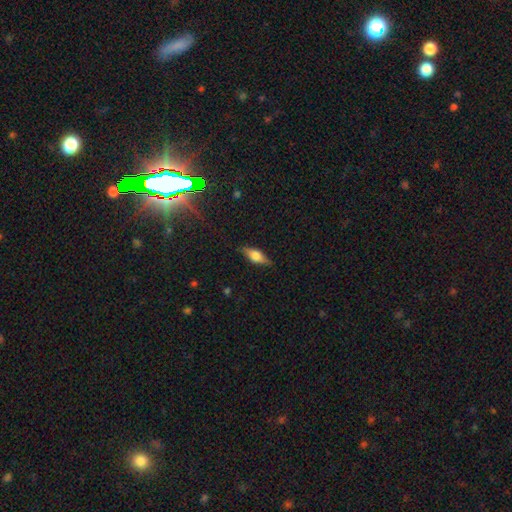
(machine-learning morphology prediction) Smooth or featured: featured or disk — 47% (smooth — 45%)
Merging: none — 83% (minor disturbance — 13%)